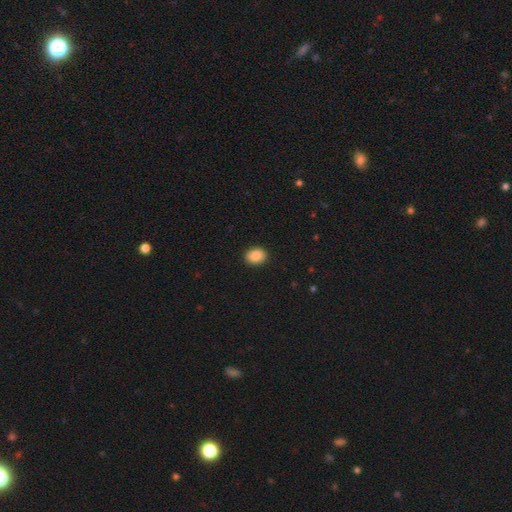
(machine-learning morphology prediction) Smooth or featured? Predicted: smooth (p=0.88). How rounded? Predicted: in between (p=0.65). Merging? Predicted: none (p=0.91).